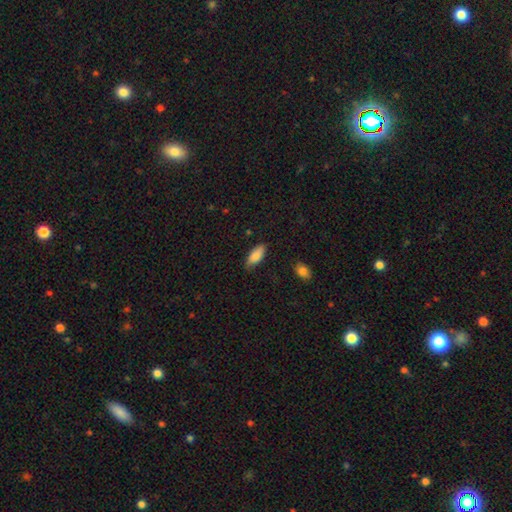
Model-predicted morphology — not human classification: Smooth or featured? Predicted: smooth (p=0.85). How rounded? Predicted: in between (p=0.81). Merging? Predicted: none (p=0.78).